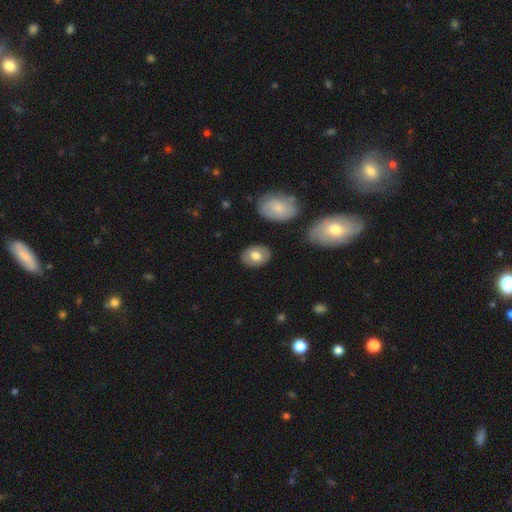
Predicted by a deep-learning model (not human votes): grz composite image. It shows a smooth galaxy with no disk features (68%) that is in between round and cigar-shaped (80%). Merging: none (85%).